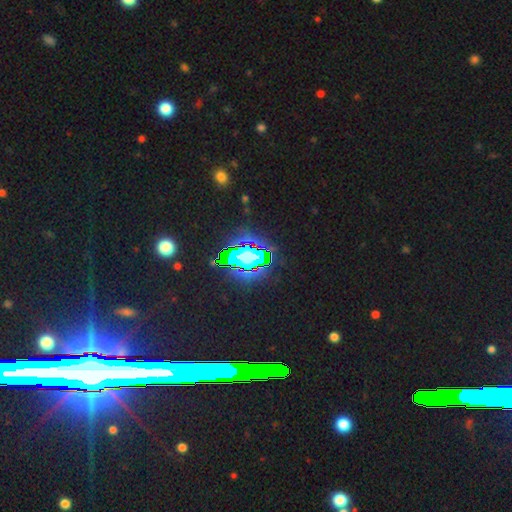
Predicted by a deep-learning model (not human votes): A star or artifact, not a galaxy (76%).

Vote fractions:
- Smooth or featured? star or artifact: 76% / featured or disk: 12% / smooth: 12%